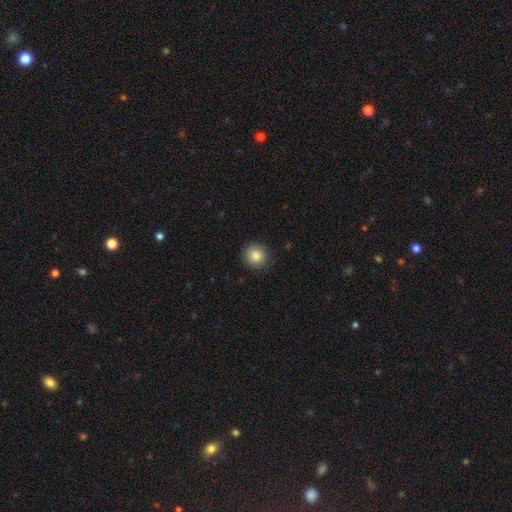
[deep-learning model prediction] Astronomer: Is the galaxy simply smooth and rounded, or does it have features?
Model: smooth — 86%.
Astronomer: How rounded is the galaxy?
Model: round — 93%.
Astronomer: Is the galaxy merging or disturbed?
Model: none — 90%.